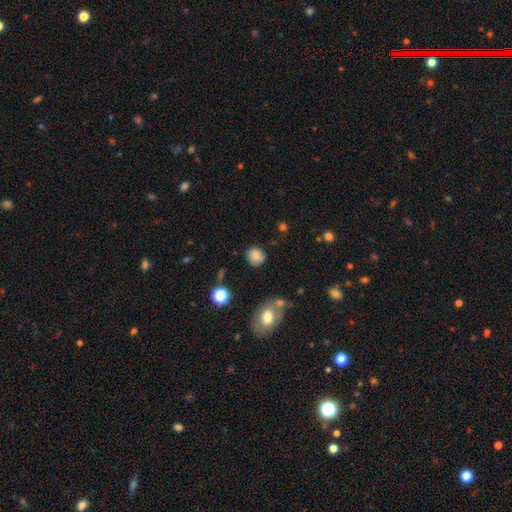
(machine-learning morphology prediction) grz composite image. It shows a smooth galaxy with no disk features (82%) that is round (83%). Merging: none (81%).